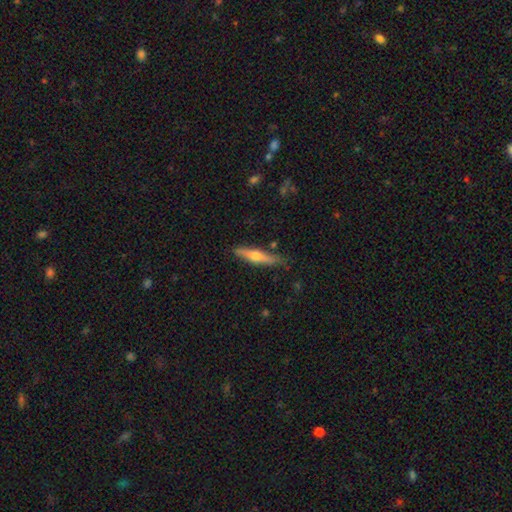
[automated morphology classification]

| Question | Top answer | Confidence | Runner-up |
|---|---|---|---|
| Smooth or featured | featured or disk | 56% | smooth (38%) |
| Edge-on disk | yes | 94% | no (6%) |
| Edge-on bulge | rounded | 92% | none (5%) |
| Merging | none | 80% | minor disturbance (15%) |